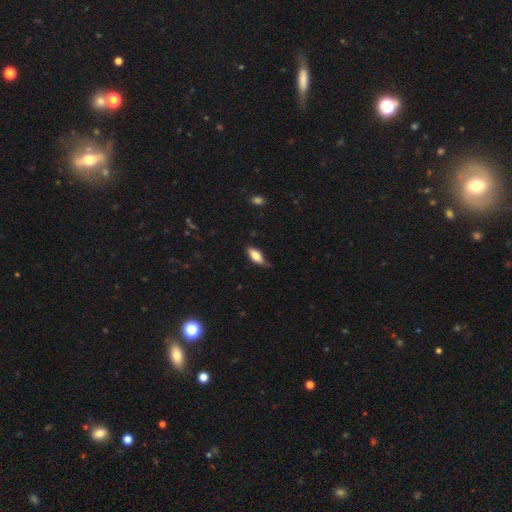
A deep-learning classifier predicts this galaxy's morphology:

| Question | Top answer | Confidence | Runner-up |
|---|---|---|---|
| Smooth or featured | smooth | 78% | featured or disk (16%) |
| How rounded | in between | 79% | cigar-shaped (18%) |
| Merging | none | 62% | minor disturbance (31%) |